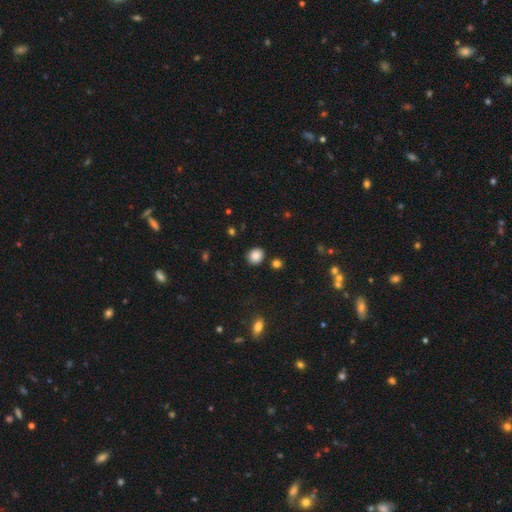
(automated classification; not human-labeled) The model was most divided on "how rounded": round: 76%, in between: 23%, cigar-shaped: 1%. More confident: merging — none (87%); smooth or featured — smooth (86%).